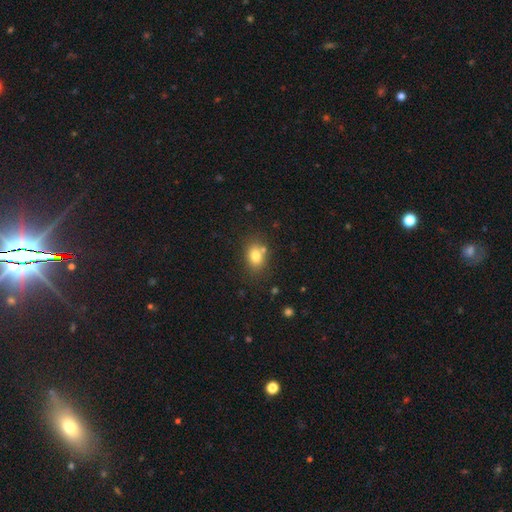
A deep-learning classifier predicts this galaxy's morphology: This appears to be a smooth galaxy with no disk features (79%) that is in between round and cigar-shaped (64%). Merging: none (68%).